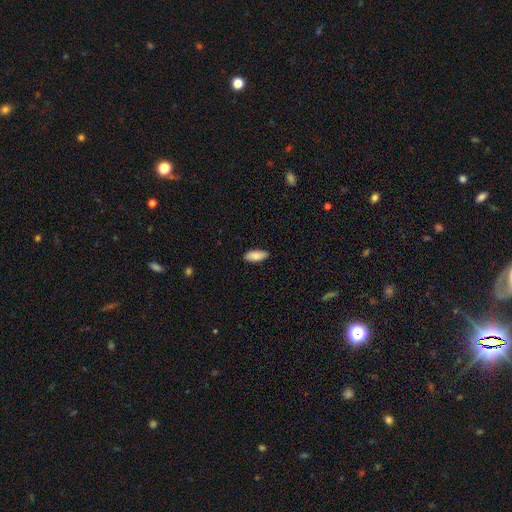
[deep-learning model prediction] This is clearly a smooth galaxy (85%). How rounded: clearly in between (85%). Merging: clearly none (88%).